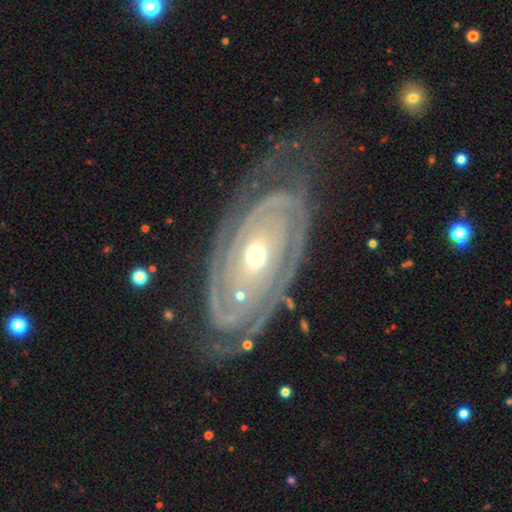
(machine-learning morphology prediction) The model was most divided on "bulge size": moderate: 57%, small: 37%, large: 4%, dominant: 1%, none: 1%. More confident: edge-on disk — no (94%); spiral arms — yes (94%); smooth or featured — featured or disk (89%); spiral winding — tight (76%); bar — no (74%); merging — none (68%); spiral arm count — 2 (59%).